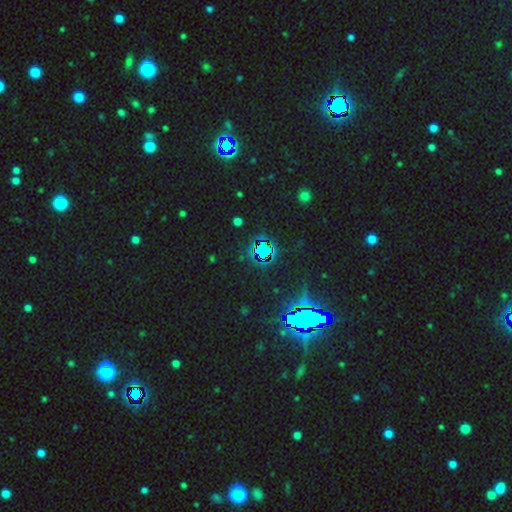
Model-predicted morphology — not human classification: smooth_or_featured: star or artifact (p=0.82) [alt: smooth p=0.10]